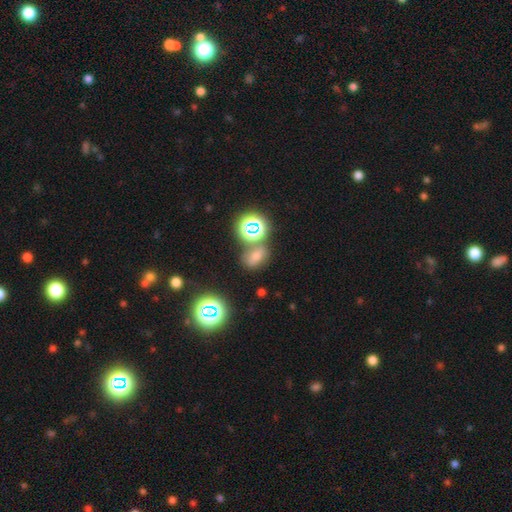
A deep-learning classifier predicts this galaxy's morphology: A smooth galaxy with no disk features (56%) that is in between round and cigar-shaped (66%). Merging: none (60%).